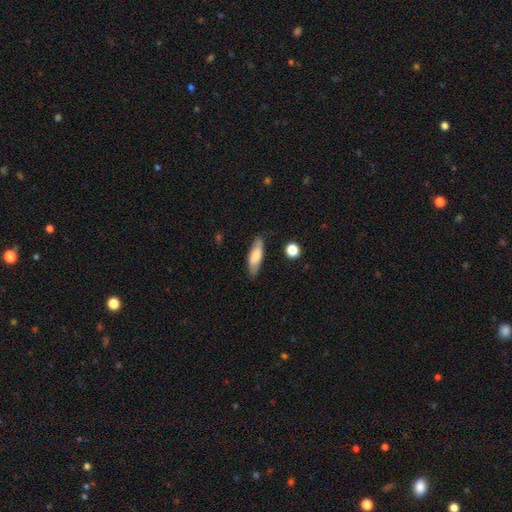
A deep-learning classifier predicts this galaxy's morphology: This appears to be a smooth galaxy with no disk features (70%) that is in between round and cigar-shaped (53%). Merging: none (78%).